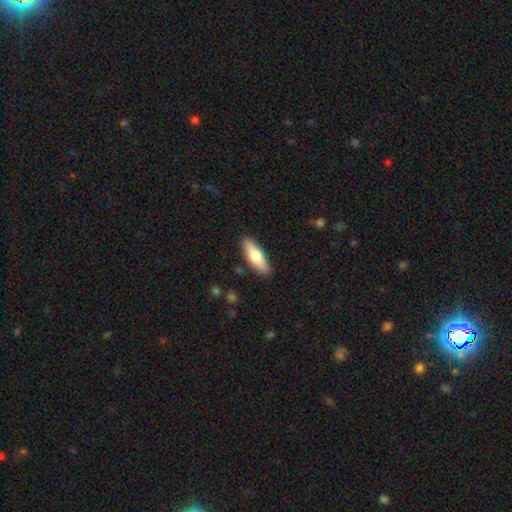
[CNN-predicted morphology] Overall: smooth (72%). How rounded: in between (51%; cigar-shaped 47%). Merging: none (88%).